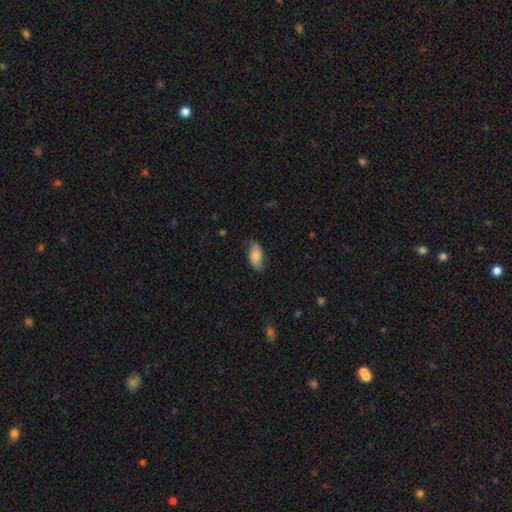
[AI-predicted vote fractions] Smooth or featured? smooth (73%)
How rounded? in between (92%)
Merging? none (72%)